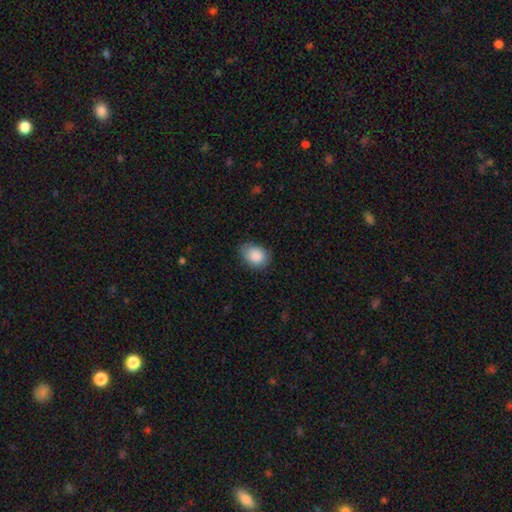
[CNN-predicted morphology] A smooth galaxy with no disk features (88%) that is in between round and cigar-shaped (67%). Merging: none (72%).